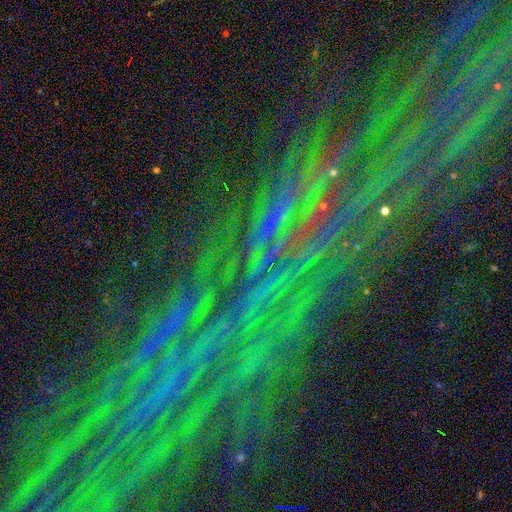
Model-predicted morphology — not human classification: type=star or artifact (81%).